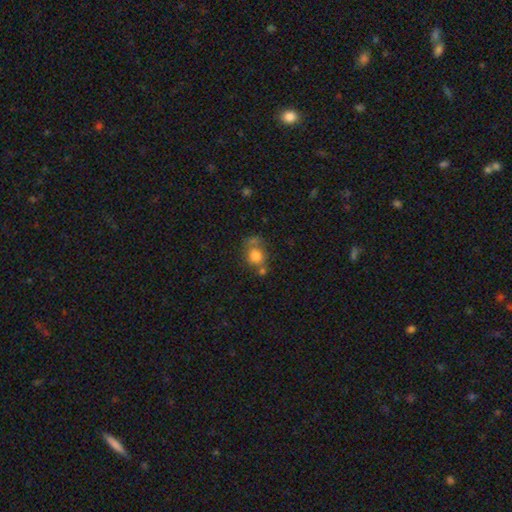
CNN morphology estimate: Overall: smooth (76%). How rounded: round (68%; in between 31%). Merging: none (47%; merger 26%).